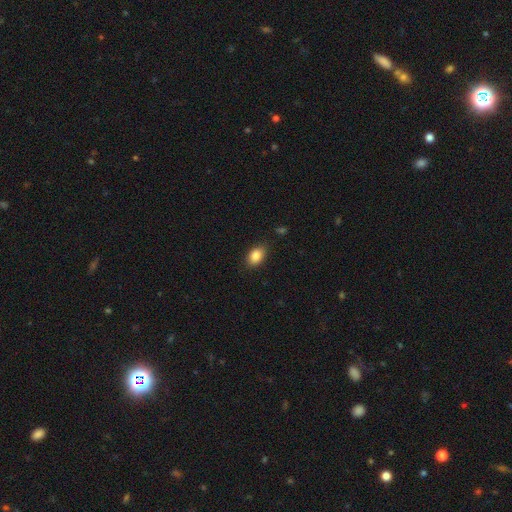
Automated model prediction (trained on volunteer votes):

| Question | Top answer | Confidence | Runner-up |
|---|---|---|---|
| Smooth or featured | smooth | 86% | star or artifact (8%) |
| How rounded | in between | 86% | round (13%) |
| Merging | none | 84% | minor disturbance (12%) |